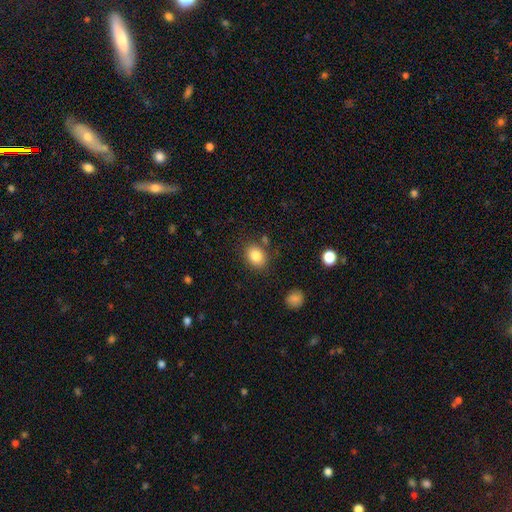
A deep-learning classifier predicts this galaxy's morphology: Overall: smooth (84%). How rounded: in between (54%; round 45%). Merging: none (81%).